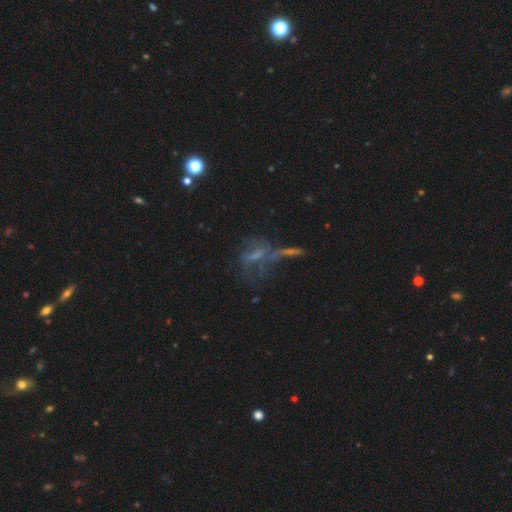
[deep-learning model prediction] The model was most divided on "merging": major disturbance: 35%, merger: 27%, none: 26%, minor disturbance: 12%. Remaining: smooth or featured — featured or disk (49%).